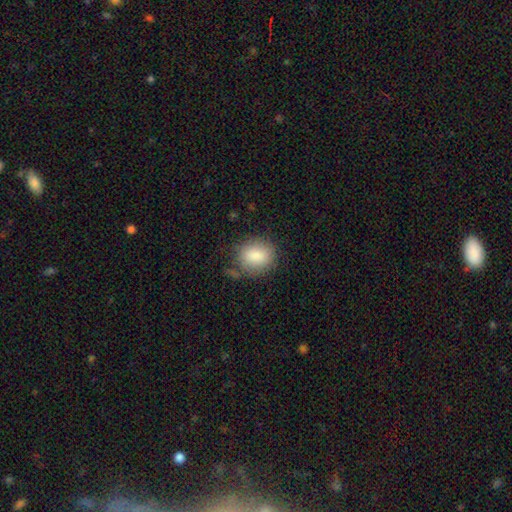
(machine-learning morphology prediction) smooth_or_featured: smooth (p=0.85) [alt: featured or disk p=0.07]
how_rounded: round (p=0.61) [alt: in between p=0.38]
merging: none (p=0.71) [alt: minor disturbance p=0.18]